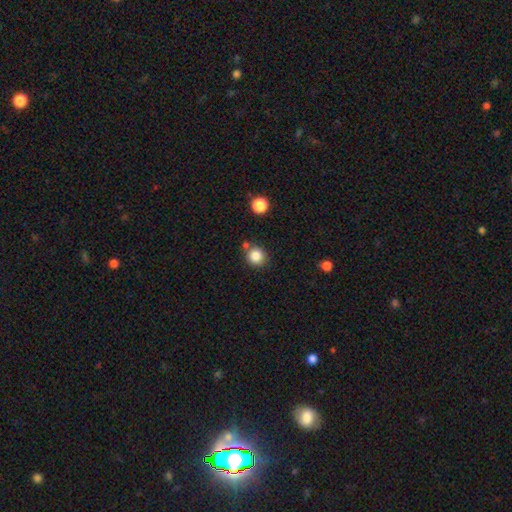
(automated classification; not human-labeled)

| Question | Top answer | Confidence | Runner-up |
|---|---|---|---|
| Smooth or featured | smooth | 85% | star or artifact (11%) |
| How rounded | round | 90% | in between (9%) |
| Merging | none | 76% | merger (11%) |